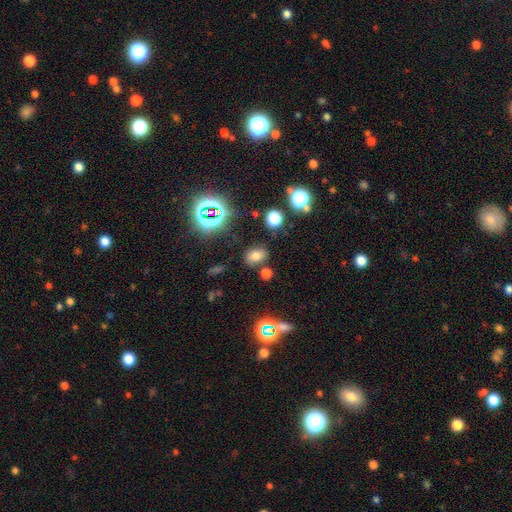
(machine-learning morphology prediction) Overall: smooth (67%). How rounded: in between (69%; round 30%). Merging: none (77%).